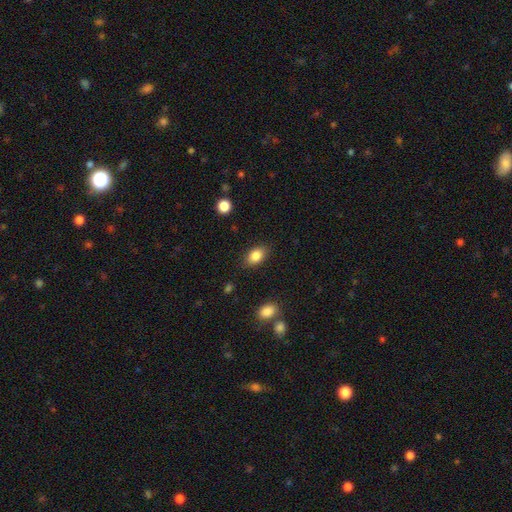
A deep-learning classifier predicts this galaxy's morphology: A smooth galaxy with no disk features (86%) that is in between round and cigar-shaped (85%).

Vote fractions:
- Smooth or featured? smooth: 86% / star or artifact: 8% / featured or disk: 6%
- How rounded? in between: 85% / round: 13% / cigar-shaped: 2%
- Merging? none: 84% / minor disturbance: 11% / major disturbance: 3% / merger: 2%